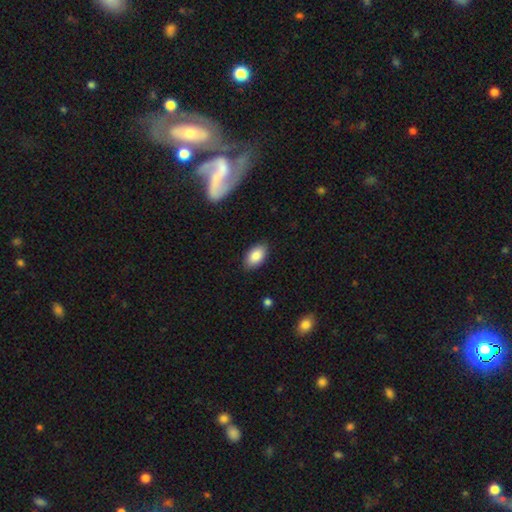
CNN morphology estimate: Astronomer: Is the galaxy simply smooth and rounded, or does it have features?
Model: smooth — 86%.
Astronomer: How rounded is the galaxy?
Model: in between — 93%.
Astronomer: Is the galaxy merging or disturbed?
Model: none — 86%.